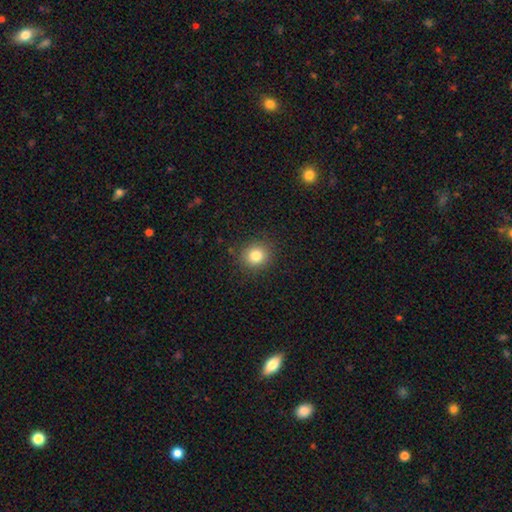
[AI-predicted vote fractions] Smooth or featured?
  - smooth: 82% *
  - star or artifact: 12%
  - featured or disk: 7%
How rounded?
  - round: 83% *
  - in between: 16%
  - cigar-shaped: 1%
Merging?
  - none: 88% *
  - minor disturbance: 8%
  - major disturbance: 3%
  - merger: 1%